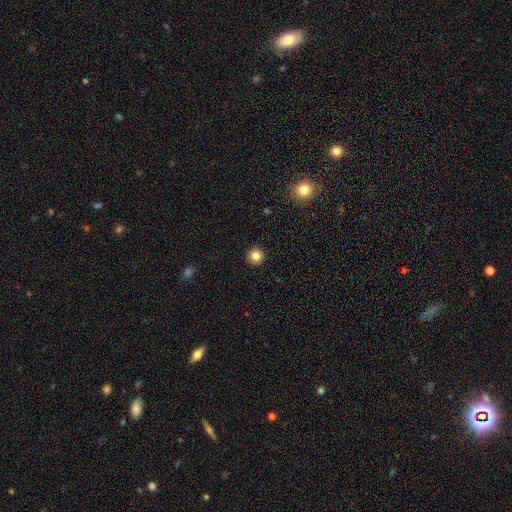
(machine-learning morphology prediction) Smooth or featured: smooth — 83% (star or artifact — 12%)
How rounded: round — 95% (in between — 4%)
Merging: none — 93% (minor disturbance — 4%)